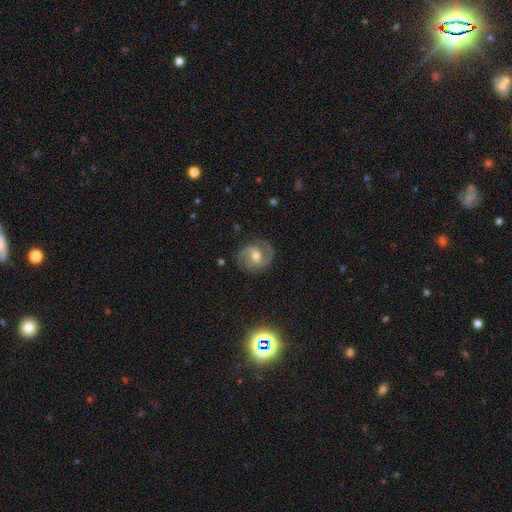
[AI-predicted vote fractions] Smooth or featured? Predicted: featured or disk (p=0.84). Edge-on disk? Predicted: no (p=0.98). Bar? Predicted: weak (p=0.47). Spiral arms? Predicted: yes (p=0.96). Spiral winding? Predicted: medium (p=0.56). Spiral arm count? Predicted: 2 (p=0.89). Bulge size? Predicted: moderate (p=0.66). Merging? Predicted: none (p=0.81).